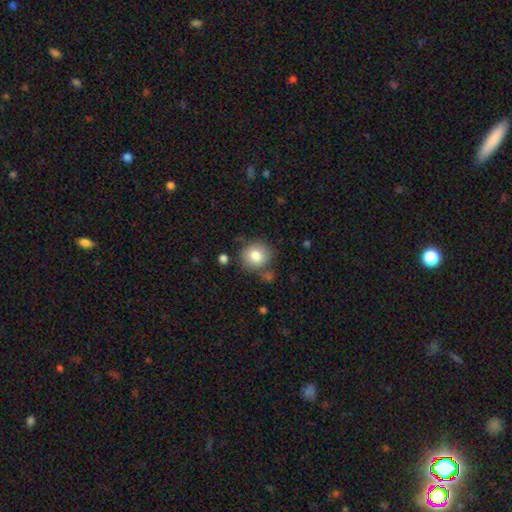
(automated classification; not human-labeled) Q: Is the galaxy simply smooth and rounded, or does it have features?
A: smooth — 82%.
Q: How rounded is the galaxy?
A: round — 90%.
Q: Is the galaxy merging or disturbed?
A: none — 76%.